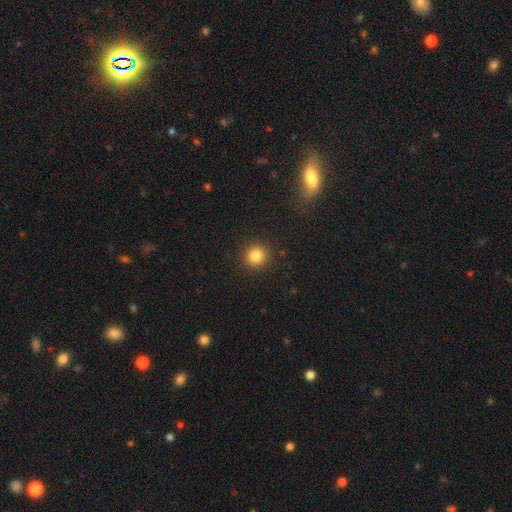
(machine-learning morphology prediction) A smooth galaxy with no disk features (84%) that is round (93%). Merging: none (91%).